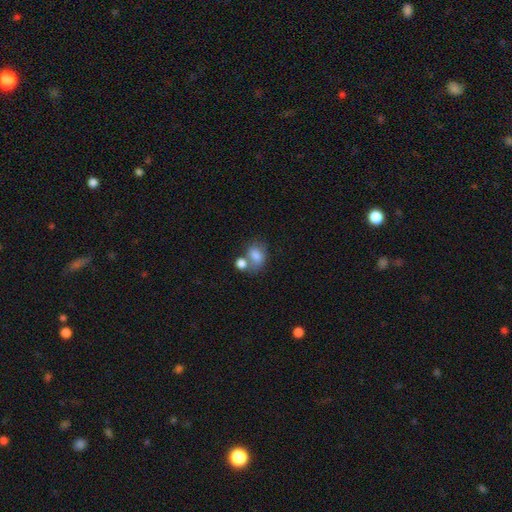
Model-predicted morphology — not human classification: This is likely a smooth galaxy (77%). How rounded: likely in between (60%). Merging: marginally merger (41%).